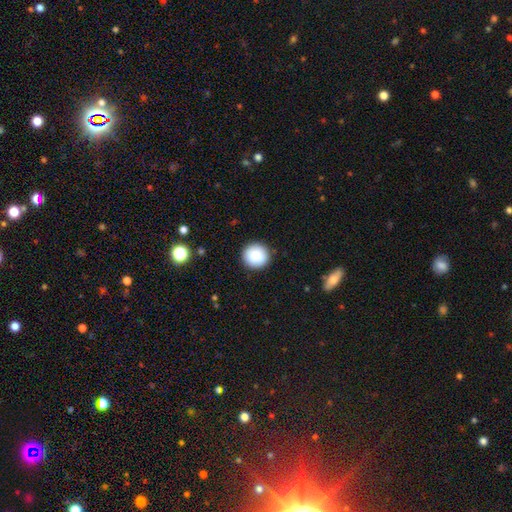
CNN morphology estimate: smooth_or_featured: smooth (p=0.86) [alt: star or artifact p=0.08]
how_rounded: round (p=0.95) [alt: in between p=0.04]
merging: none (p=0.92) [alt: minor disturbance p=0.06]